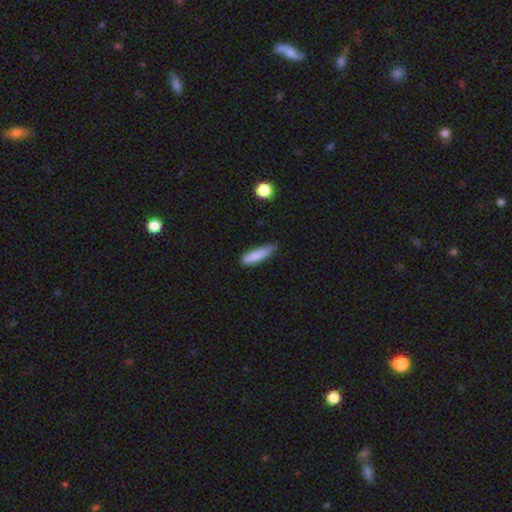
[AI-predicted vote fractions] The model was most divided on "merging": none: 64%, minor disturbance: 30%, major disturbance: 4%, merger: 2%. More confident: smooth or featured — smooth (85%); how rounded — cigar-shaped (71%).